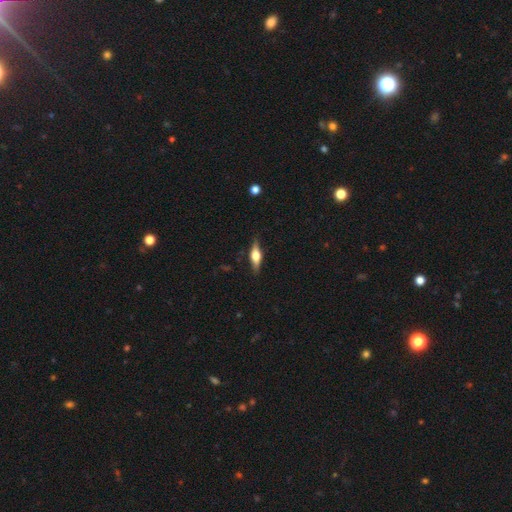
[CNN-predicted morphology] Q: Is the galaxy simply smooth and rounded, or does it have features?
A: featured or disk — 55%.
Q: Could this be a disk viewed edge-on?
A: yes — 93%.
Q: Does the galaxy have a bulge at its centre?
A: rounded — 91%.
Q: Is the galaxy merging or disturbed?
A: none — 85%.